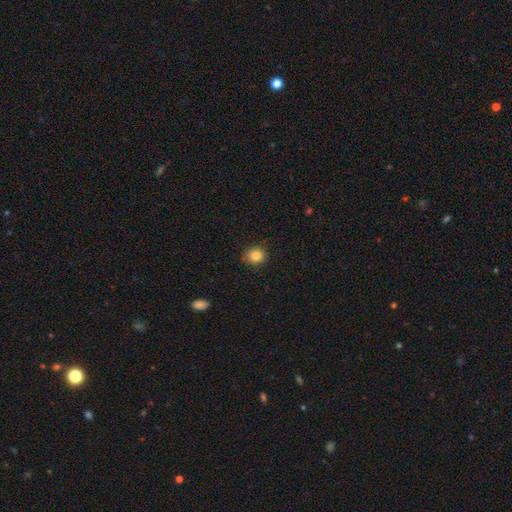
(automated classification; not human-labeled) smooth_or_featured: smooth (p=0.86) [alt: star or artifact p=0.10]
how_rounded: round (p=0.81) [alt: in between p=0.18]
merging: none (p=0.80) [alt: minor disturbance p=0.16]